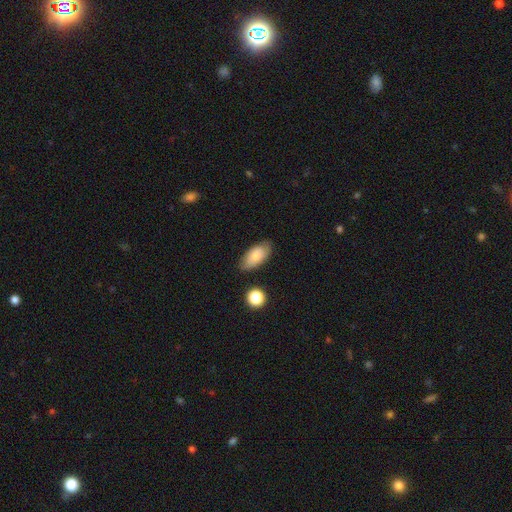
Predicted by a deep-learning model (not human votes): Smooth or featured? smooth (80%)
How rounded? in between (91%)
Merging? none (77%)